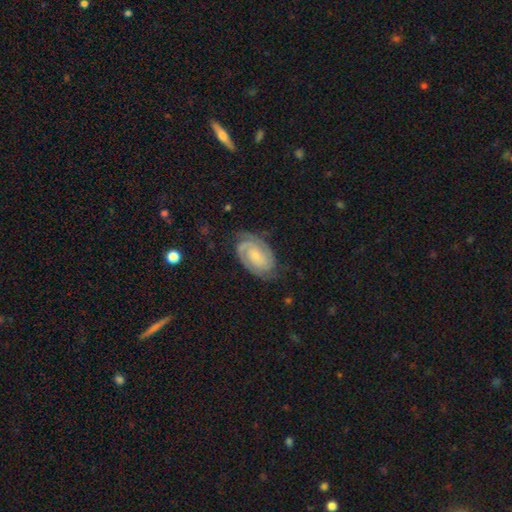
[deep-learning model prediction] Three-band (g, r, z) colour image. It shows a featured or disk galaxy (83%) with no bar (59%), 2 (76%) tight (67%) spiral arms (97%) and a small central bulge (54%). Merging: none (74%).